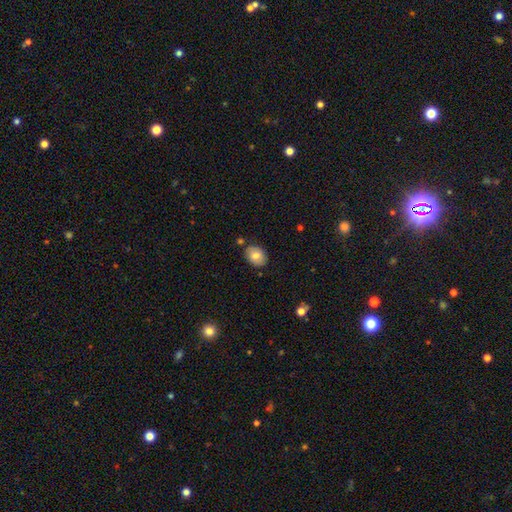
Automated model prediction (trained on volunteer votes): smooth_or_featured: smooth (p=0.80) [alt: featured or disk p=0.13]
how_rounded: in between (p=0.71) [alt: round p=0.28]
merging: none (p=0.80) [alt: minor disturbance p=0.13]